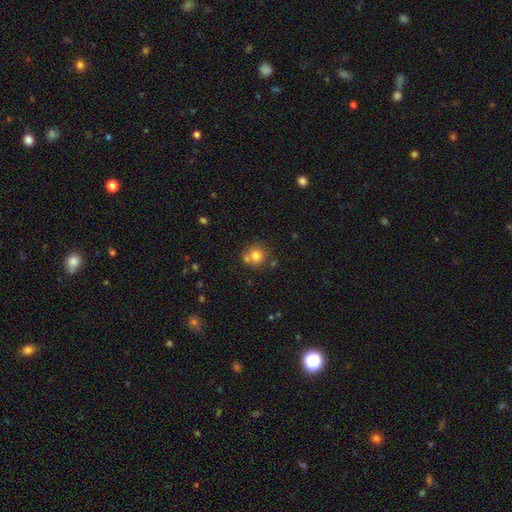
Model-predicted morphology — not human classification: Smooth or featured? smooth (78%)
How rounded? round (90%)
Merging? none (65%)